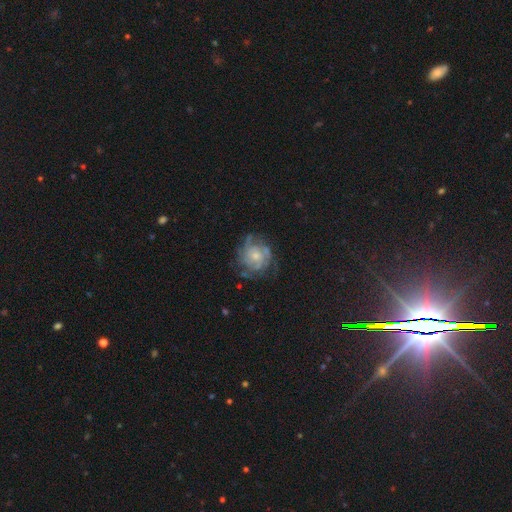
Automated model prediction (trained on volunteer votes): Smooth or featured? Predicted: featured or disk (p=0.74). Edge-on disk? Predicted: no (p=0.98). Bar? Predicted: no (p=0.81). Spiral arms? Predicted: yes (p=0.85). Spiral winding? Predicted: tight (p=0.57). Spiral arm count? Predicted: can't tell (p=0.45). Bulge size? Predicted: small (p=0.46). Merging? Predicted: none (p=0.65).